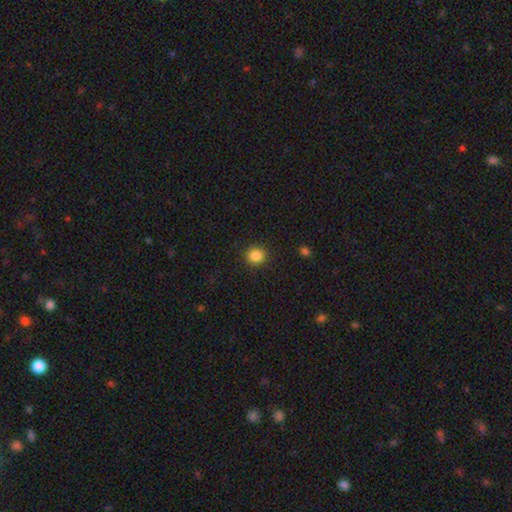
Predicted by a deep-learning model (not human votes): Smooth or featured? Predicted: smooth (p=0.85). How rounded? Predicted: round (p=0.90). Merging? Predicted: none (p=0.91).